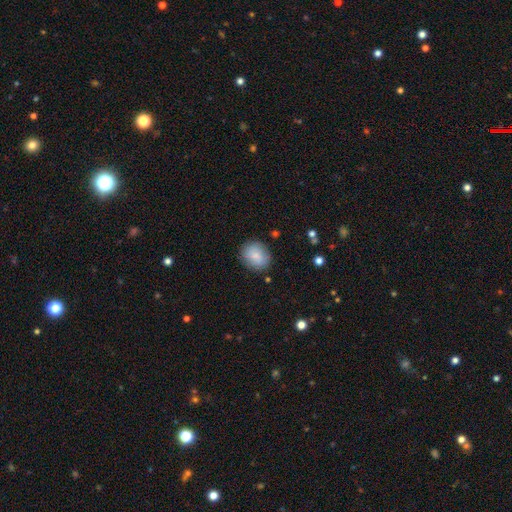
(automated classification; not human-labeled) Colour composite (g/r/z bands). It shows a smooth galaxy with no disk features (81%) that is round (64%). Merging: none (81%).